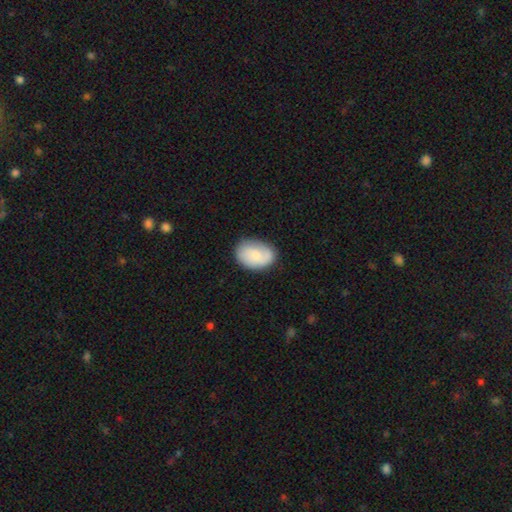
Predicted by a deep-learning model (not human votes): Overall: smooth (65%; featured or disk 28%). How rounded: in between (80%). Merging: none (74%).